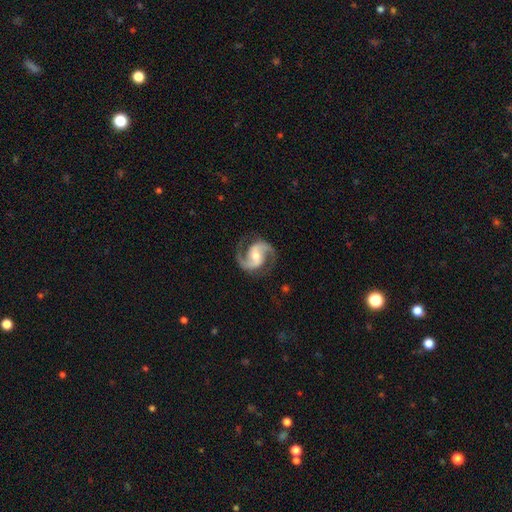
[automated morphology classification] featured or disk 93%, star or artifact 4%, smooth 4%. Down the decision tree: edge-on disk — no (98%); bar — weak (43%); spiral arms — yes (98%); spiral arm count — 2 (94%); spiral winding — medium (63%); bulge size — moderate (62%); merging — none (83%).